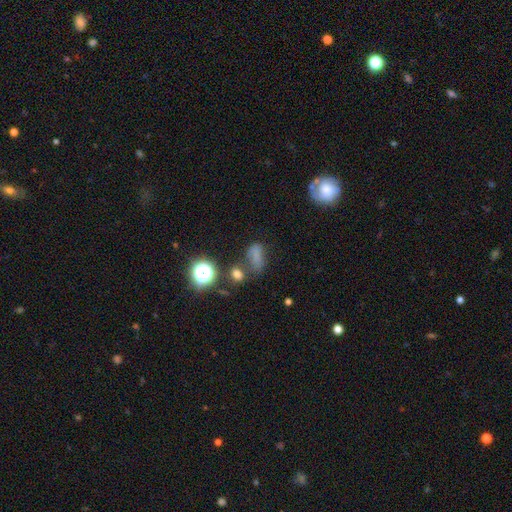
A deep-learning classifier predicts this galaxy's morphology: A smooth galaxy with no disk features (62%) that is in between round and cigar-shaped (73%). Merging: none (42%).